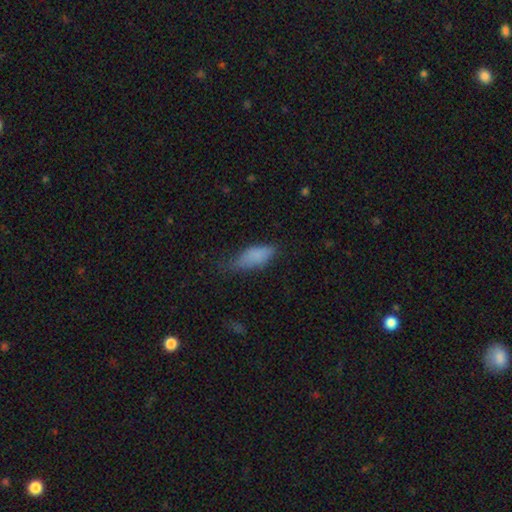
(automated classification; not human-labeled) Q: Smooth or featured?
A: smooth (81%); runner-up: featured or disk (10%)
Q: How rounded?
A: in between (79%); runner-up: cigar-shaped (19%)
Q: Merging?
A: none (47%); runner-up: minor disturbance (37%)